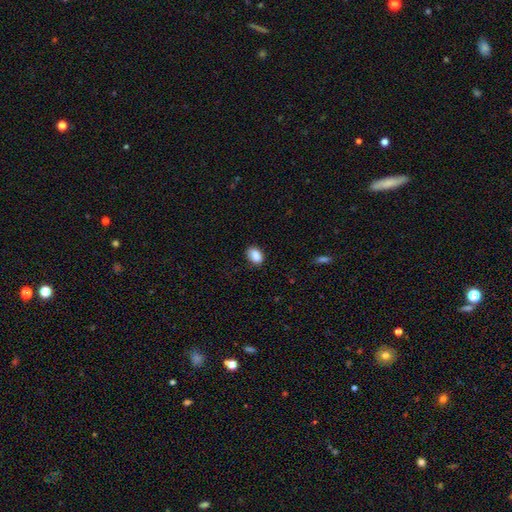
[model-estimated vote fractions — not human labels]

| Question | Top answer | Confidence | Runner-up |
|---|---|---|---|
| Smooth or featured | smooth | 86% | star or artifact (8%) |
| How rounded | in between | 81% | round (17%) |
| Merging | none | 79% | minor disturbance (16%) |